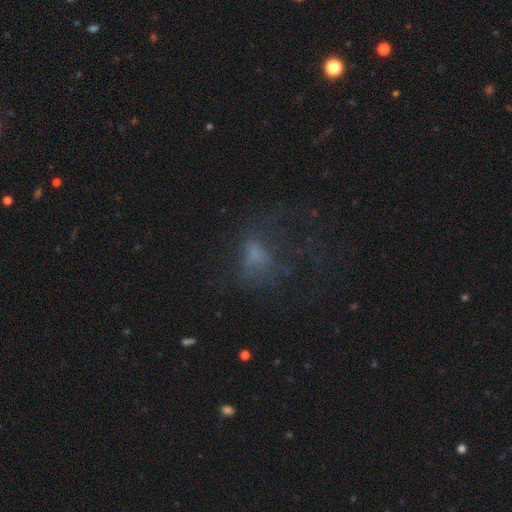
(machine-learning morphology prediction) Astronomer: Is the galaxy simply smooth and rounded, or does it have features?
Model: smooth — 43% (runner-up: featured or disk, 30%).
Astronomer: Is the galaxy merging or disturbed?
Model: major disturbance — 41% (runner-up: none, 40%).